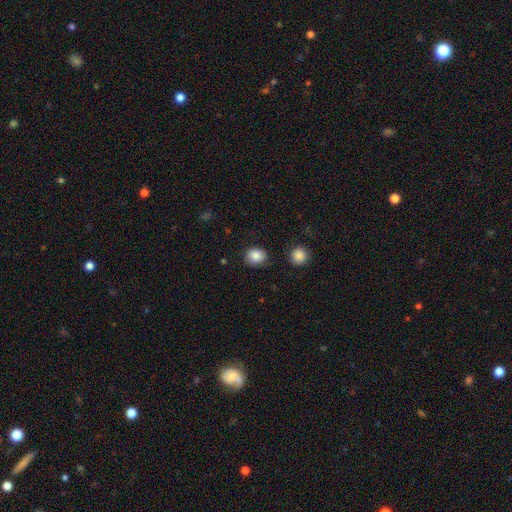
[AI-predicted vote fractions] A smooth galaxy with no disk features (86%) that is round (67%).

Vote fractions:
- Smooth or featured? smooth: 86% / star or artifact: 9% / featured or disk: 4%
- How rounded? round: 67% / in between: 32% / cigar-shaped: 1%
- Merging? none: 81% / minor disturbance: 13% / major disturbance: 3% / merger: 2%